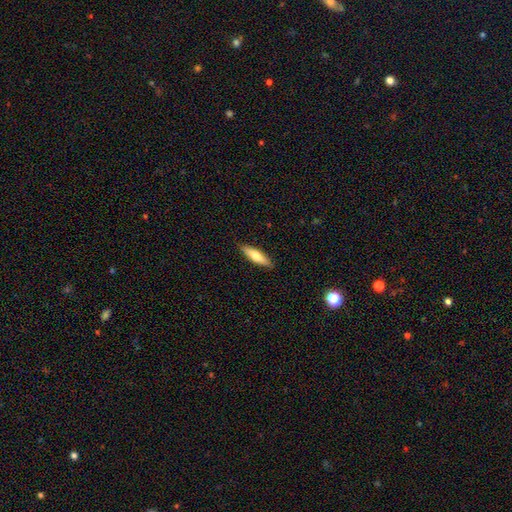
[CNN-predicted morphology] Overall: smooth (67%; featured or disk 28%). How rounded: cigar-shaped (66%; in between 32%). Merging: none (89%).